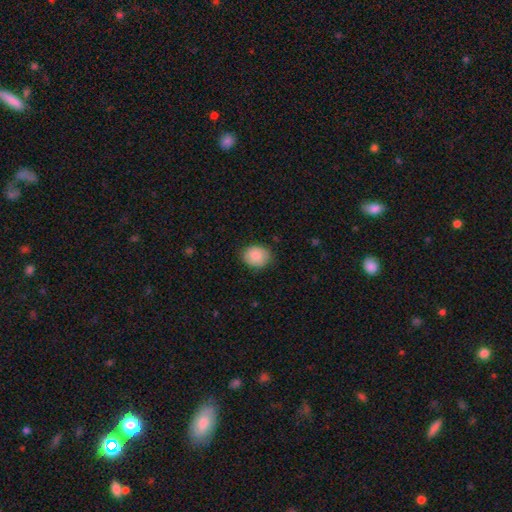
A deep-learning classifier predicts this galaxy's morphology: This is clearly a smooth galaxy (87%). How rounded: possibly round (58%). Merging: clearly none (81%).